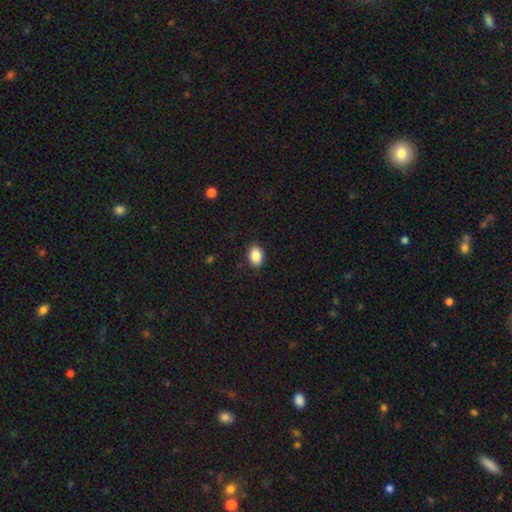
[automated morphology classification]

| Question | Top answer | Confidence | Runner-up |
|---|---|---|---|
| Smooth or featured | smooth | 89% | star or artifact (8%) |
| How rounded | in between | 85% | round (14%) |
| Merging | none | 88% | minor disturbance (9%) |